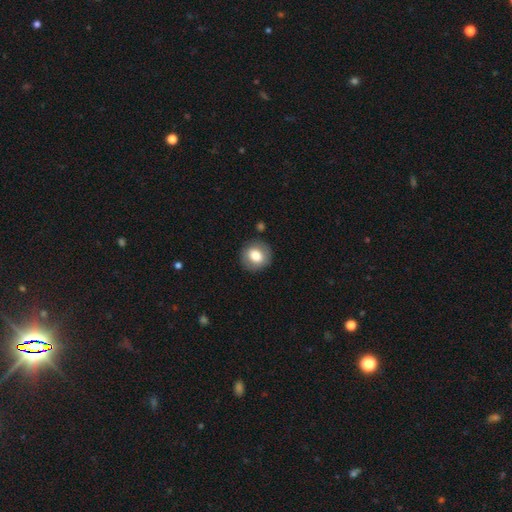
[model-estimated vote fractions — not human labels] This appears to be a smooth galaxy with no disk features (77%) that is round (80%). Merging: none (86%).